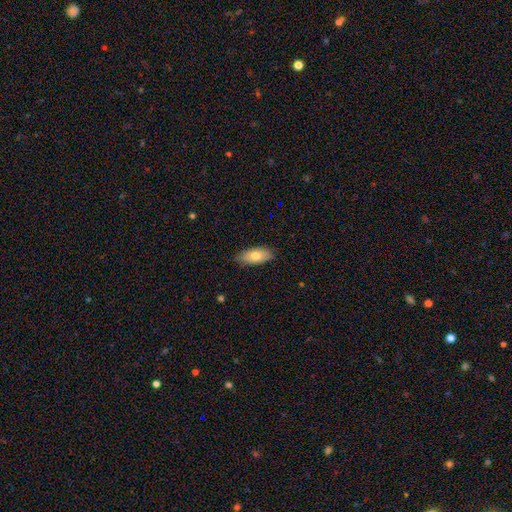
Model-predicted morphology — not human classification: smooth 71%, featured or disk 22%, star or artifact 7%. Down the decision tree: how rounded — in between (84%); merging — none (81%).